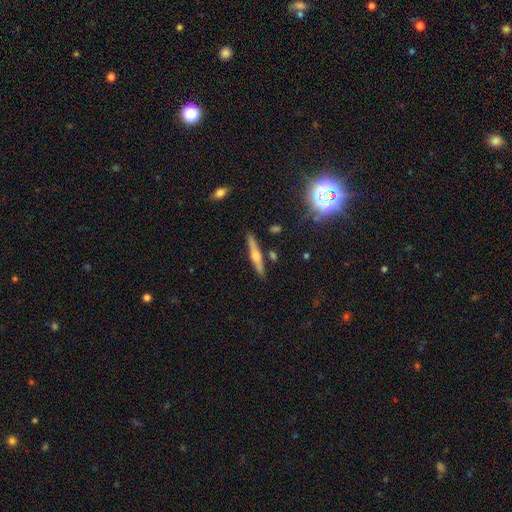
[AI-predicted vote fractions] Overall: featured or disk (58%; smooth 35%). Edge-on disk: yes (96%). Edge-on bulge: rounded (88%). Merging: none (86%).